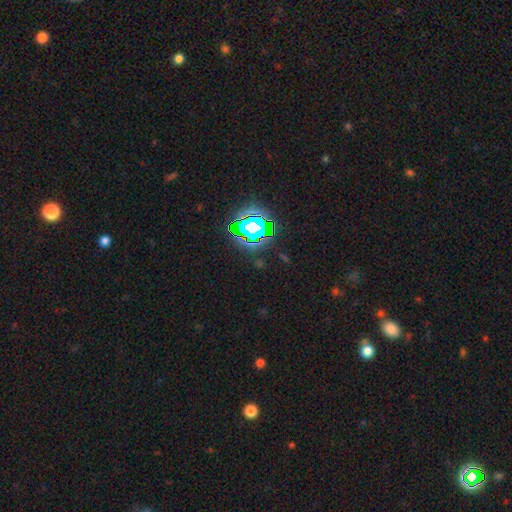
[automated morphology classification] Smooth or featured: star or artifact — 80% (smooth — 12%)